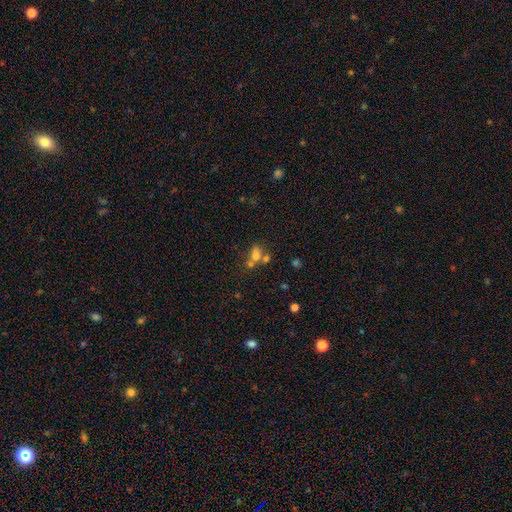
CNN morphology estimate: This is likely a smooth galaxy (64%). How rounded: likely in between (62%). Merging: possibly merger (46%).